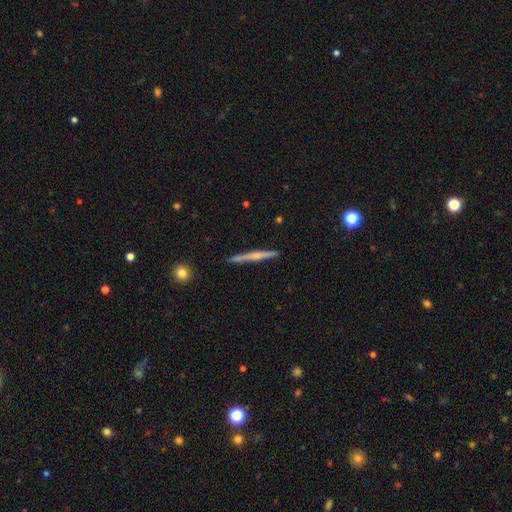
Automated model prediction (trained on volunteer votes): Morphology: type=featured or disk (63%); edge-on=yes (98%); edge-on bulge=rounded (54%); merging=none (91%).